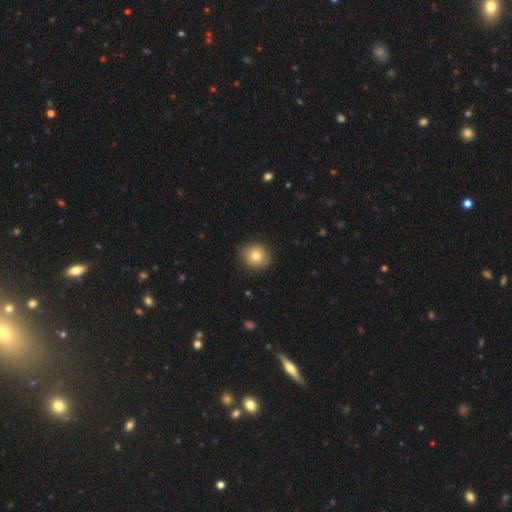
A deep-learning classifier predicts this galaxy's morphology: Overall: smooth (80%). How rounded: round (85%). Merging: none (87%).